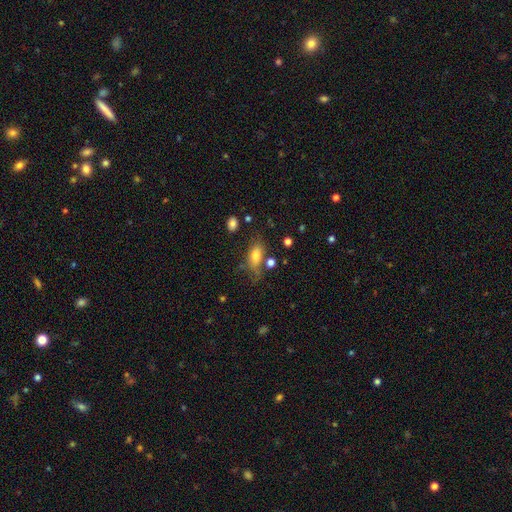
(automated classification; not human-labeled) The model was most divided on "merging": none: 56%, minor disturbance: 24%, major disturbance: 12%, merger: 8%. More confident: how rounded — in between (81%); smooth or featured — smooth (74%).